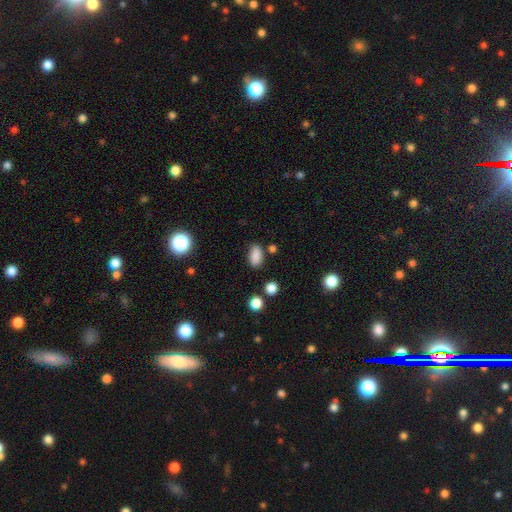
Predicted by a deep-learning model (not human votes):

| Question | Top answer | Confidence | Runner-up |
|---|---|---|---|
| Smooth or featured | smooth | 85% | star or artifact (10%) |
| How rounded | in between | 90% | round (7%) |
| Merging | none | 78% | minor disturbance (14%) |